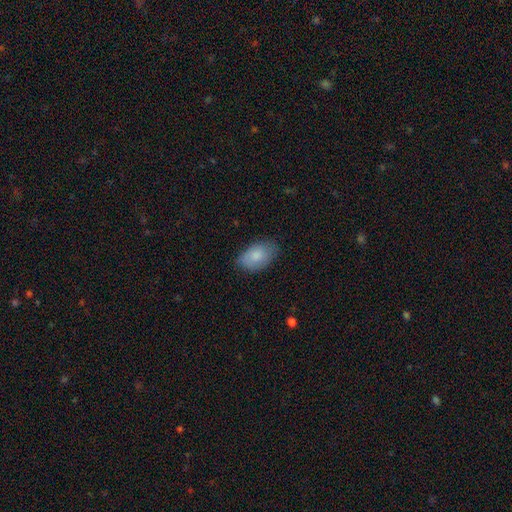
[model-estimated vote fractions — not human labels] This appears to be a smooth galaxy with no disk features (83%) that is in between round and cigar-shaped (91%). Merging: none (74%).